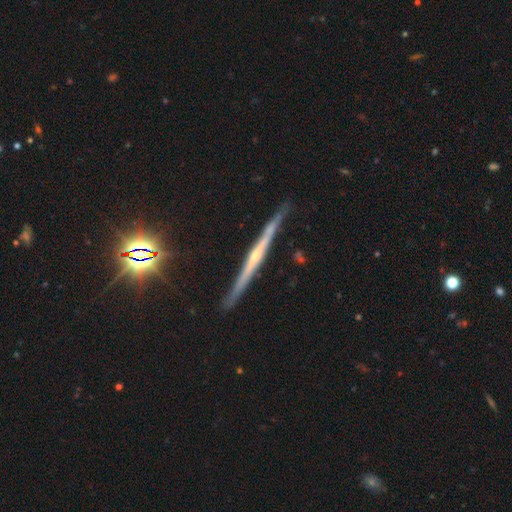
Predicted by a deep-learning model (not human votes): Smooth or featured?
  - featured or disk: 79% *
  - smooth: 11%
  - star or artifact: 9%
Edge-on disk?
  - yes: 98% *
  - no: 2%
Edge-on bulge?
  - rounded: 63% *
  - none: 30%
  - boxy: 7%
Merging?
  - none: 89% *
  - minor disturbance: 8%
  - major disturbance: 2%
  - merger: 1%